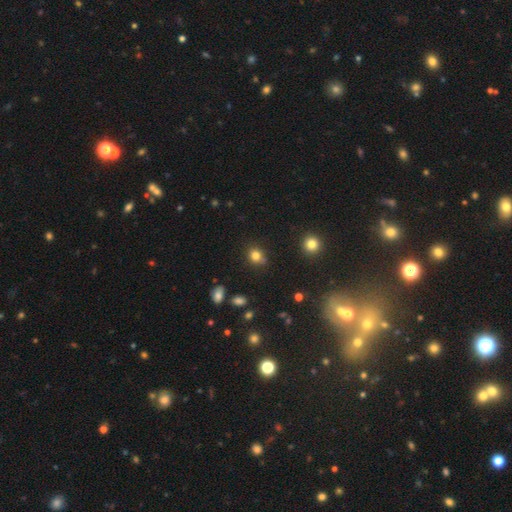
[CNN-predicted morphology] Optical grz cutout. It shows a smooth galaxy with no disk features (80%) that is round (70%). Merging: none (71%).